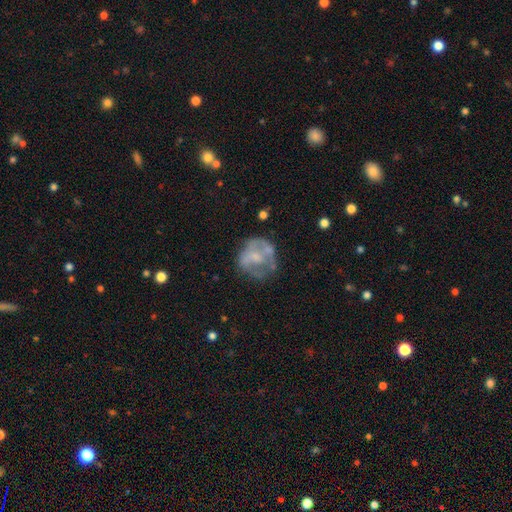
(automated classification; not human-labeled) Q: Smooth or featured?
A: featured or disk (58%); runner-up: smooth (33%)
Q: Edge-on disk?
A: no (97%); runner-up: yes (3%)
Q: Bar?
A: no (71%); runner-up: weak (23%)
Q: Spiral arms?
A: no (70%); runner-up: yes (30%)
Q: Bulge size?
A: small (36%); runner-up: moderate (33%)
Q: Merging?
A: none (53%); runner-up: minor disturbance (22%)